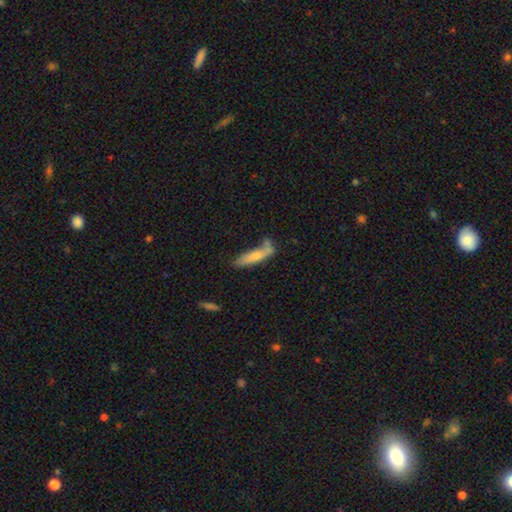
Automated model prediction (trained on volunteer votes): Morphology: type=smooth (69%); roundness=cigar-shaped (77%); merging=none (48%).